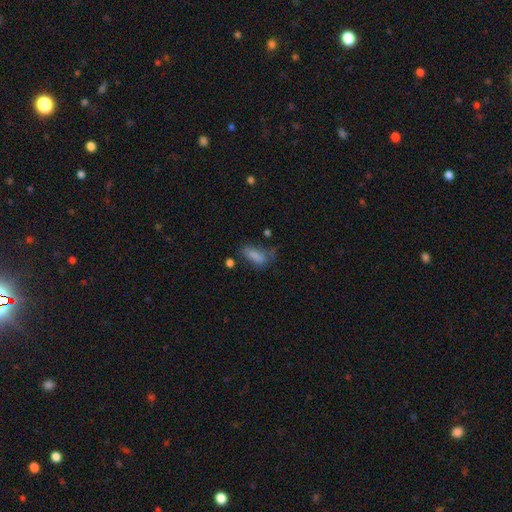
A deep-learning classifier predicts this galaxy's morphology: Smooth or featured? smooth (79%)
How rounded? in between (78%)
Merging? none (43%)